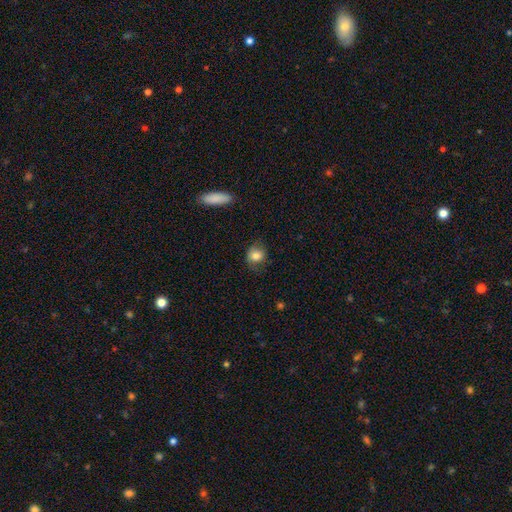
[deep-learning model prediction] A smooth galaxy with no disk features (80%) that is round (65%). Merging: none (65%).